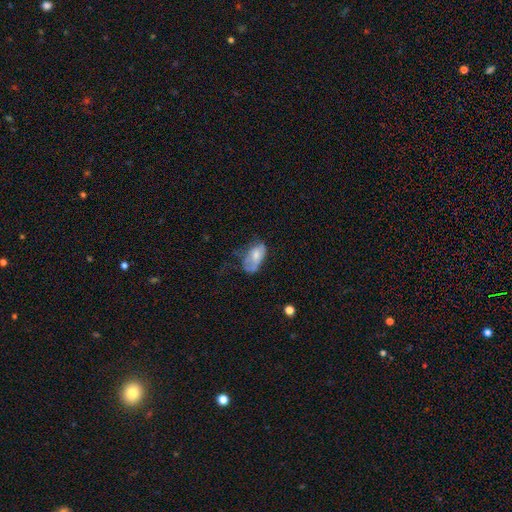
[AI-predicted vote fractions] A smooth galaxy with no disk features (59%) that is in between round and cigar-shaped (91%).

Vote fractions:
- Smooth or featured? smooth: 59% / featured or disk: 33% / star or artifact: 8%
- How rounded? in between: 91% / round: 6% / cigar-shaped: 3%
- Merging? major disturbance: 33% / minor disturbance: 32% / none: 29% / merger: 6%